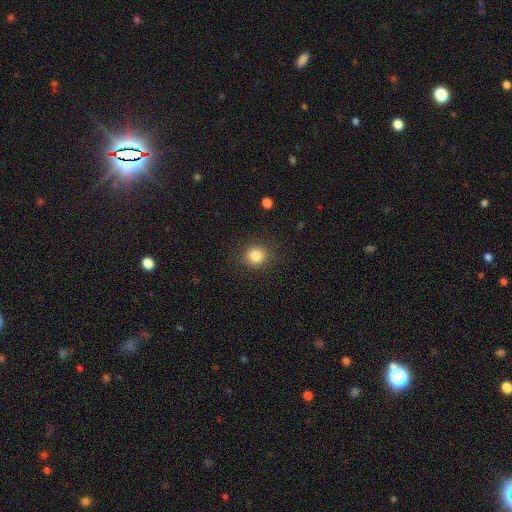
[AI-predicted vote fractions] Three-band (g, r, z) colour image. It shows a smooth galaxy with no disk features (84%) that is round (87%). Merging: none (88%).